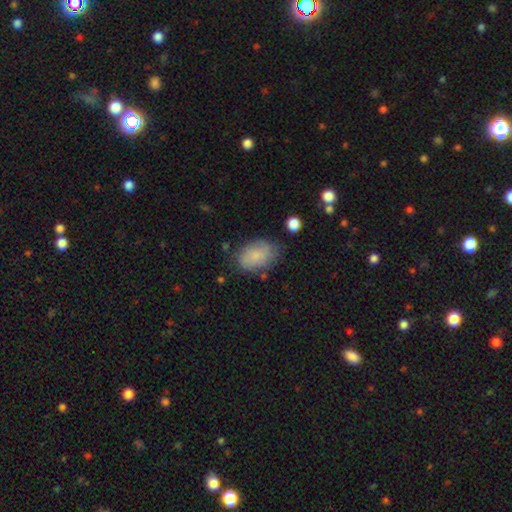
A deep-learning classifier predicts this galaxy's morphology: This is likely a smooth galaxy (80%). How rounded: clearly in between (87%). Merging: likely none (73%).